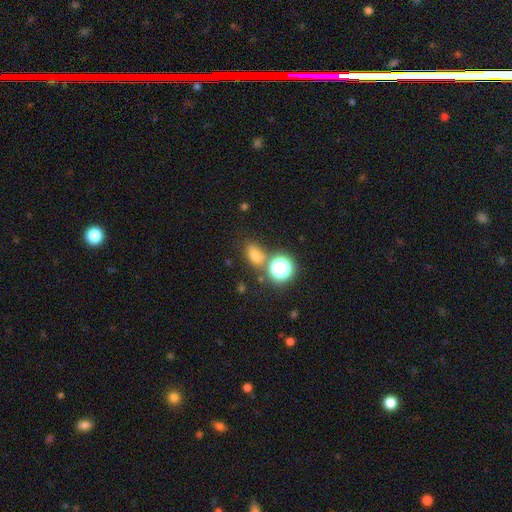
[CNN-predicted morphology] smooth 66%, star or artifact 25%, featured or disk 10%. Down the decision tree: how rounded — in between (63%); merging — none (67%).